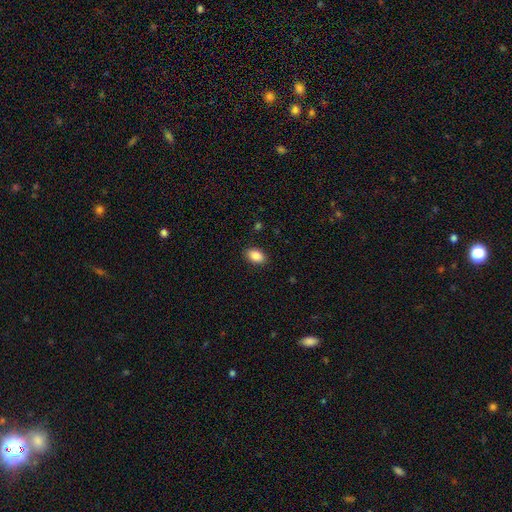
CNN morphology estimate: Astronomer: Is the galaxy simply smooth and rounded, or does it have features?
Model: smooth — 88%.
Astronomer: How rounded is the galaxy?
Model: in between — 89%.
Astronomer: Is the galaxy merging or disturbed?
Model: none — 89%.